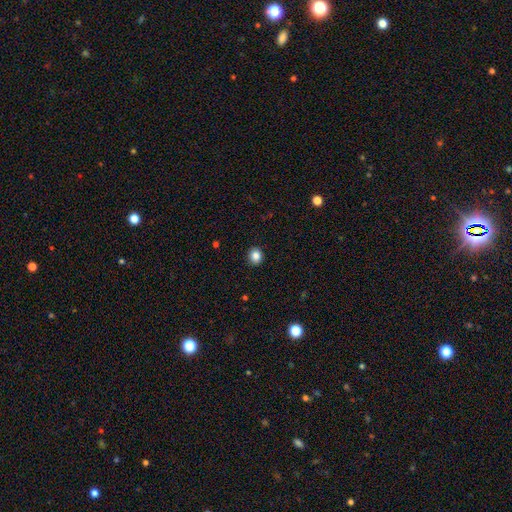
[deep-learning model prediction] Q: Smooth or featured?
A: smooth (85%); runner-up: star or artifact (11%)
Q: How rounded?
A: round (83%); runner-up: in between (16%)
Q: Merging?
A: none (92%); runner-up: minor disturbance (6%)